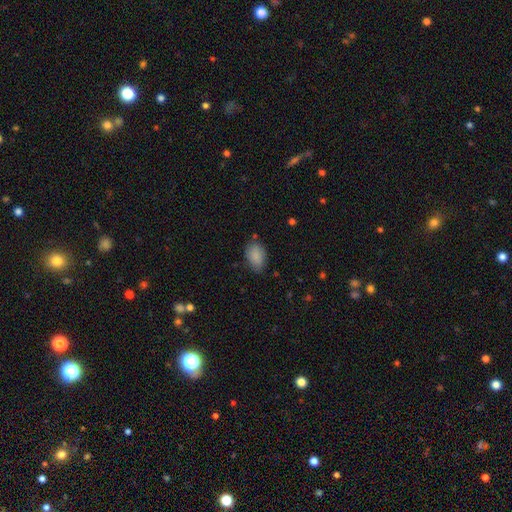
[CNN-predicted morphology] Smooth or featured? Predicted: smooth (p=0.87). How rounded? Predicted: in between (p=0.87). Merging? Predicted: none (p=0.73).